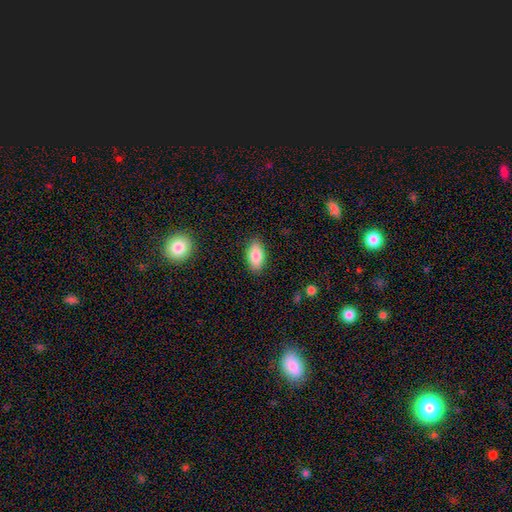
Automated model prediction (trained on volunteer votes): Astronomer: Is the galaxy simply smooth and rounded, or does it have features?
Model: smooth — 84%.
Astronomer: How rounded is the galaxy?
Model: in between — 91%.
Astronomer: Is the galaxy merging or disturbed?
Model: none — 87%.